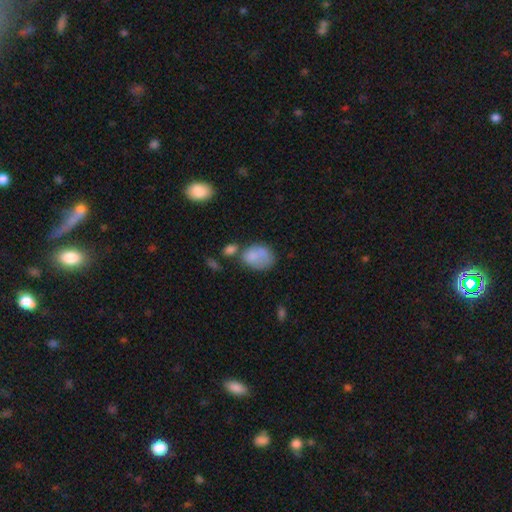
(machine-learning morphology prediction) The model was most divided on "merging": none: 37%, minor disturbance: 24%, merger: 23%, major disturbance: 15%. More confident: smooth or featured — smooth (75%); how rounded — in between (71%).